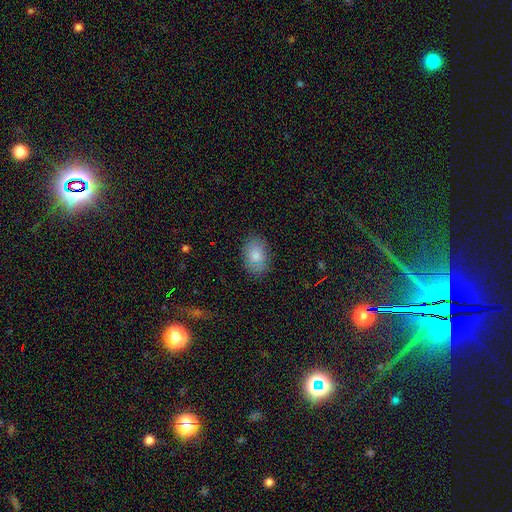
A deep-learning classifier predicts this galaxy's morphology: Smooth or featured: smooth — 82% (featured or disk — 10%)
How rounded: in between — 81% (round — 17%)
Merging: none — 83% (minor disturbance — 13%)